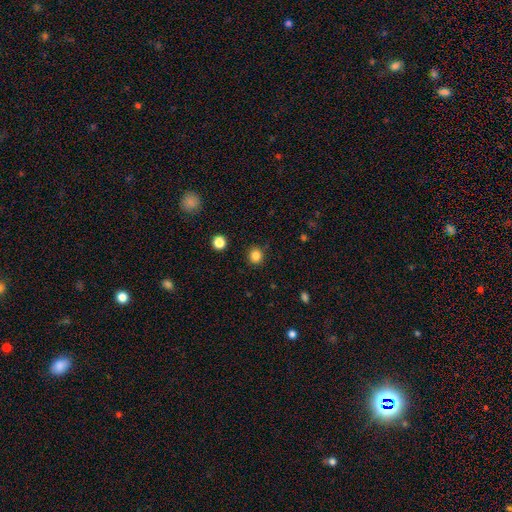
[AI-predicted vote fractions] Morphology: type=smooth (84%); roundness=round (89%); merging=none (90%).